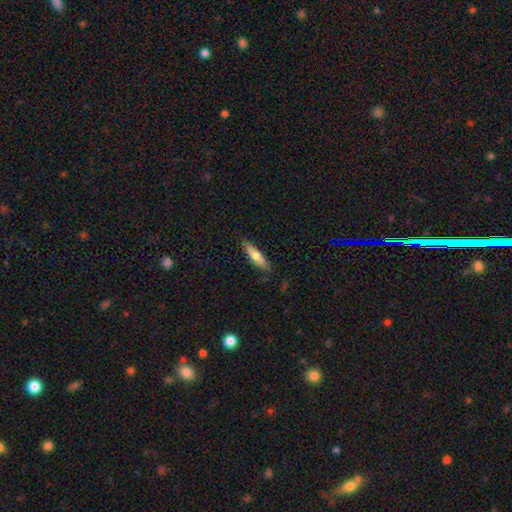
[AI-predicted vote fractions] A smooth galaxy with no disk features (64%) that is cigar-shaped (71%).

Vote fractions:
- Smooth or featured? smooth: 64% / featured or disk: 30% / star or artifact: 6%
- How rounded? cigar-shaped: 71% / in between: 28% / round: 2%
- Merging? none: 83% / minor disturbance: 13% / major disturbance: 2% / merger: 1%